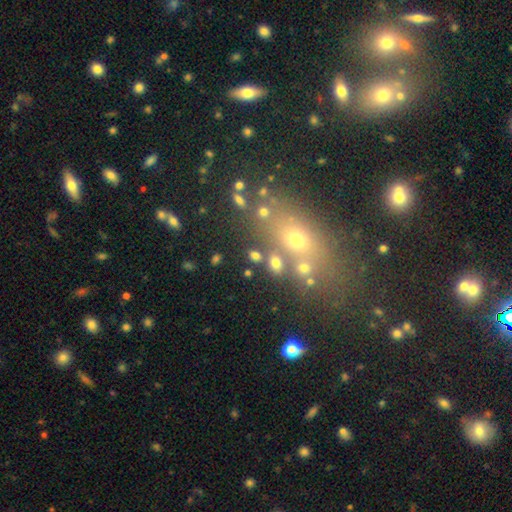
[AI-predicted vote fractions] Smooth or featured? smooth (68%)
How rounded? in between (66%)
Merging? none (68%)